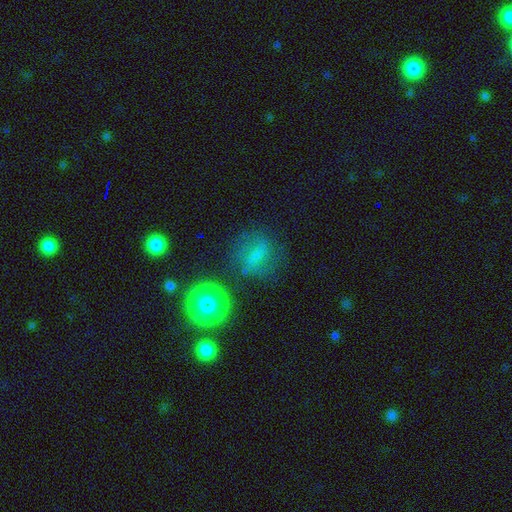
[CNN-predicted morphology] Q: Smooth or featured?
A: smooth (50%); runner-up: featured or disk (27%)
Q: Merging?
A: none (68%); runner-up: minor disturbance (17%)